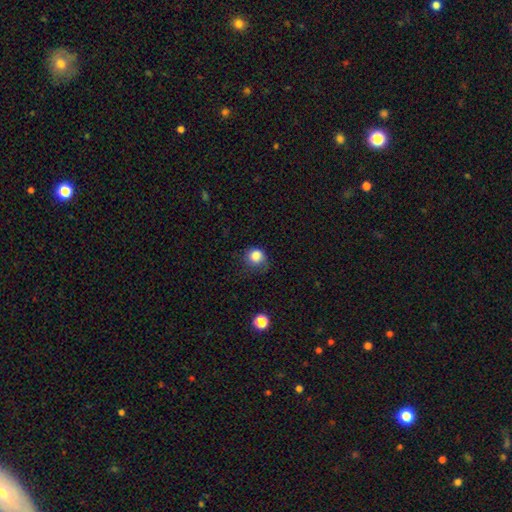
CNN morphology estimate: type=smooth (84%); roundness=round (82%); merging=none (57%).